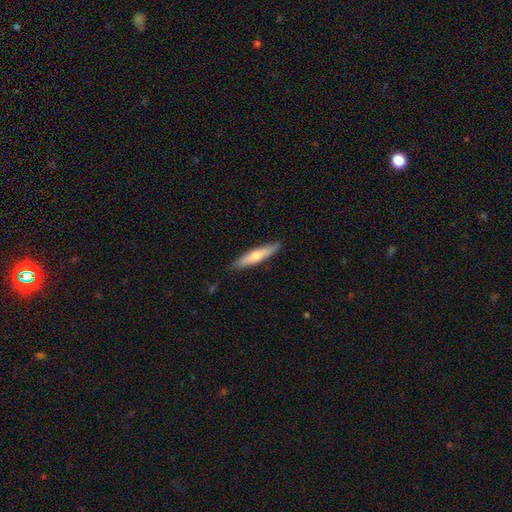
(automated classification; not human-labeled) Smooth or featured? smooth (58%)
How rounded? cigar-shaped (84%)
Merging? none (88%)